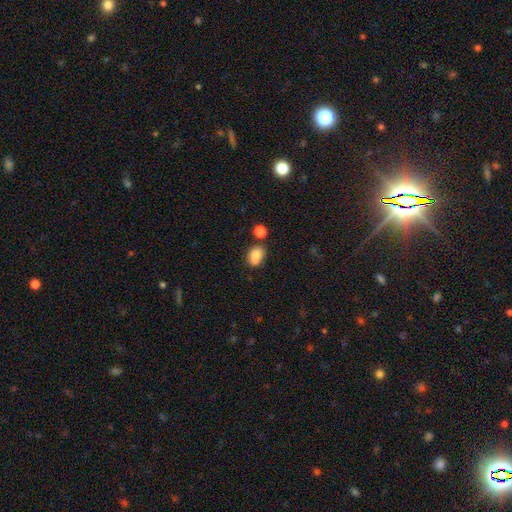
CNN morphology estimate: Smooth or featured?
  - smooth: 77% *
  - featured or disk: 12%
  - star or artifact: 10%
How rounded?
  - in between: 62% *
  - round: 37%
  - cigar-shaped: 1%
Merging?
  - none: 42% *
  - merger: 40%
  - minor disturbance: 13%
  - major disturbance: 5%